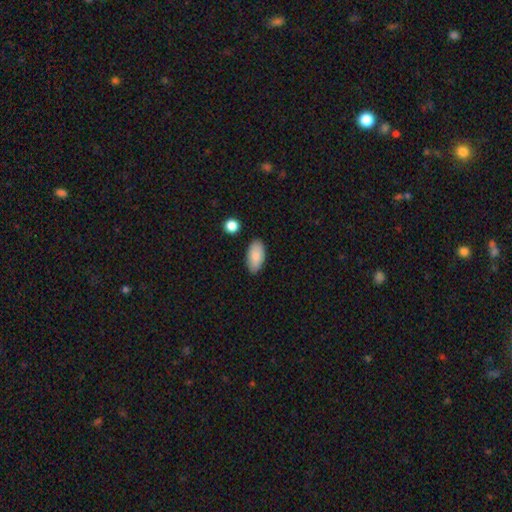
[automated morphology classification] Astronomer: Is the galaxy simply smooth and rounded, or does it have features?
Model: smooth — 86%.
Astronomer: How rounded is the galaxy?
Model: in between — 94%.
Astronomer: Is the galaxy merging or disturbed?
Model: none — 86%.